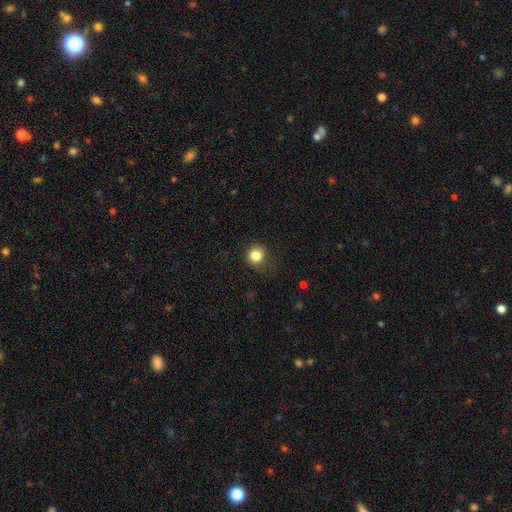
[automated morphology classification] Smooth or featured: smooth — 83% (star or artifact — 12%)
How rounded: round — 88% (in between — 11%)
Merging: none — 77% (minor disturbance — 16%)